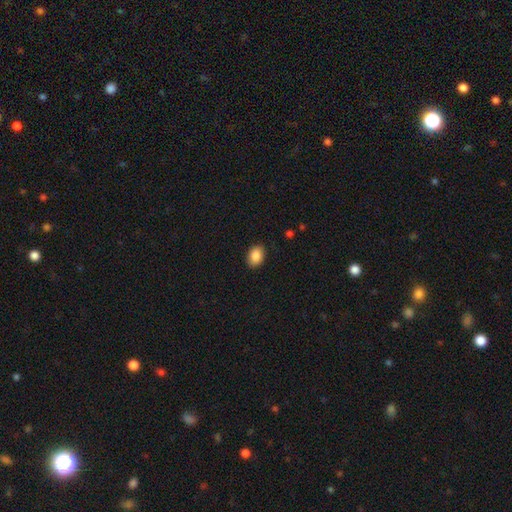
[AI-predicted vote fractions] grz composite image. It shows a smooth galaxy with no disk features (88%) that is in between round and cigar-shaped (79%). Merging: none (88%).